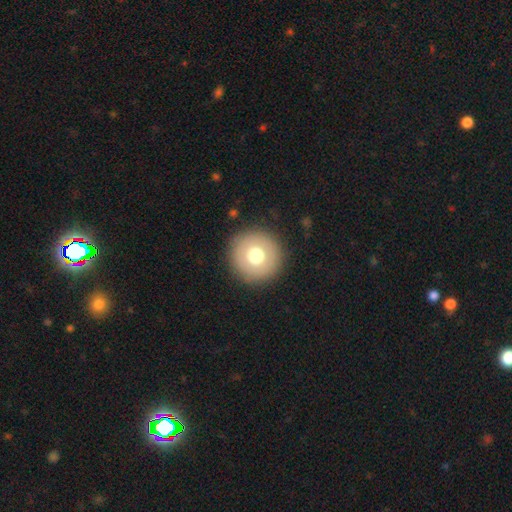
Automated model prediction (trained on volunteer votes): Smooth or featured: smooth — 70% (featured or disk — 20%)
How rounded: round — 96% (in between — 3%)
Merging: none — 91% (minor disturbance — 5%)